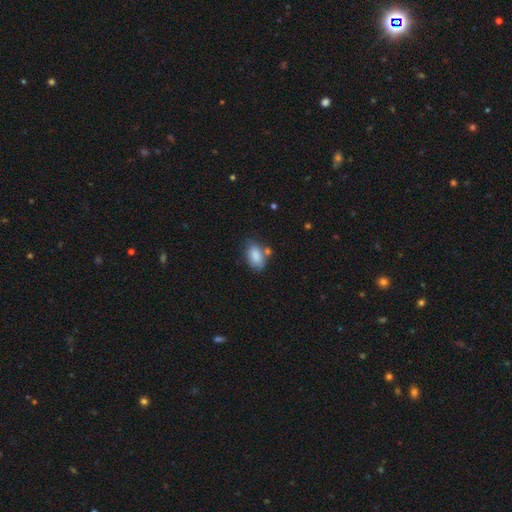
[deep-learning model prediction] A smooth galaxy with no disk features (85%) that is in between round and cigar-shaped (91%).

Vote fractions:
- Smooth or featured? smooth: 85% / featured or disk: 8% / star or artifact: 7%
- How rounded? in between: 91% / round: 7% / cigar-shaped: 2%
- Merging? none: 59% / minor disturbance: 23% / merger: 13% / major disturbance: 5%